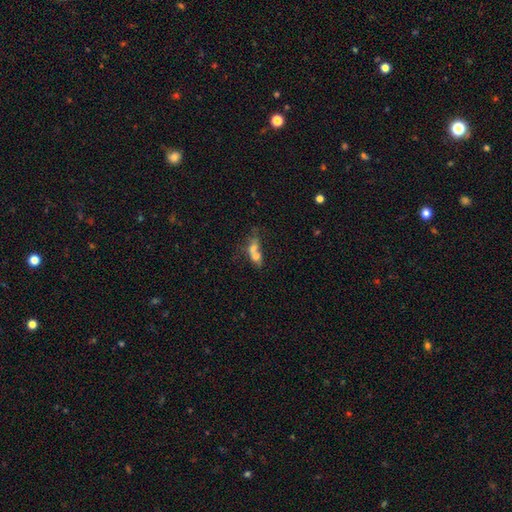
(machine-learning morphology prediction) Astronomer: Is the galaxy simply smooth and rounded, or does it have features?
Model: smooth — 60%.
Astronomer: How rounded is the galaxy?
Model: in between — 57% (runner-up: round, 34%).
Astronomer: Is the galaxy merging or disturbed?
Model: merger — 68%.